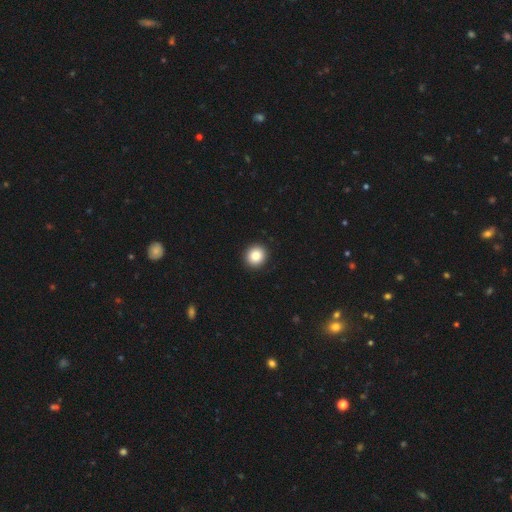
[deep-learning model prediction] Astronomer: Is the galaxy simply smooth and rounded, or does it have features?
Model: smooth — 85%.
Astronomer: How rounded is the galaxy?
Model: round — 90%.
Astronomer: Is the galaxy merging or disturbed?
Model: none — 93%.